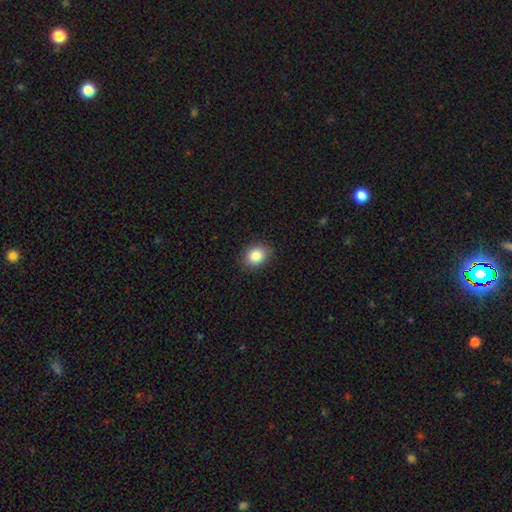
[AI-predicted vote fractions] This is clearly a smooth galaxy (85%). How rounded: possibly in between (51%). Merging: clearly none (86%).